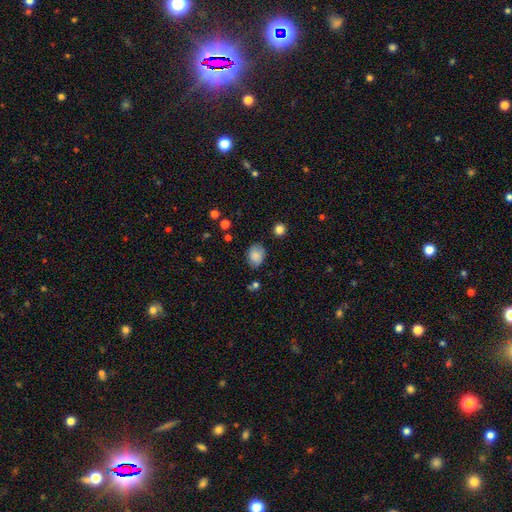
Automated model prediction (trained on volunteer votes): Overall: smooth (84%). How rounded: in between (65%; round 34%). Merging: none (76%).